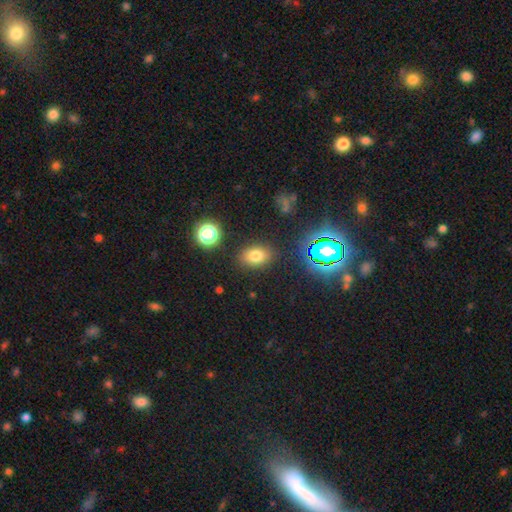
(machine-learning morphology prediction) Q: Smooth or featured?
A: smooth (74%); runner-up: star or artifact (17%)
Q: How rounded?
A: in between (75%); runner-up: round (24%)
Q: Merging?
A: none (84%); runner-up: minor disturbance (10%)